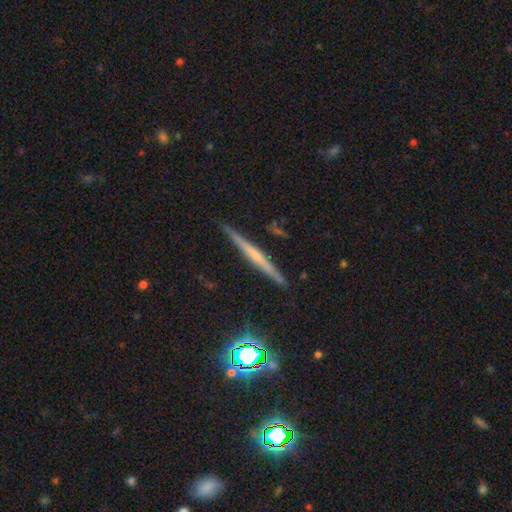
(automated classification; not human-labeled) Overall: featured or disk (62%; smooth 27%). Edge-on disk: yes (98%). Edge-on bulge: none (58%; rounded 31%). Merging: none (90%).